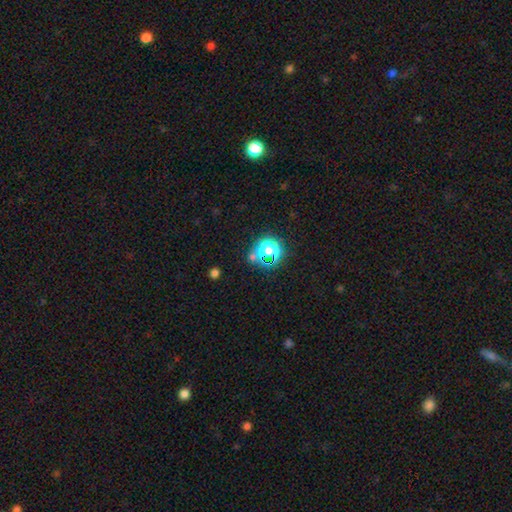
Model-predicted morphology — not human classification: Smooth or featured? star or artifact (64%)